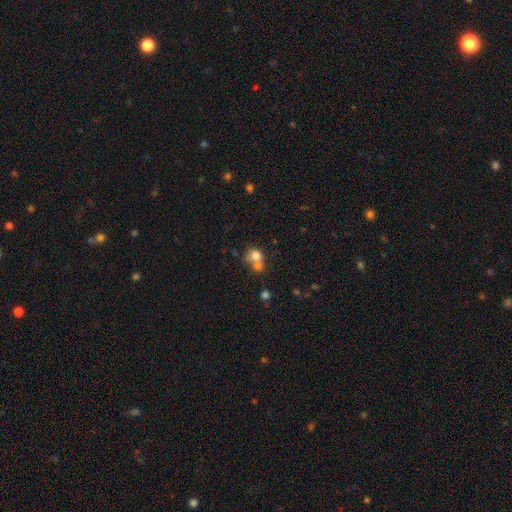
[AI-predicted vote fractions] smooth-or-featured: smooth: 74% | featured or disk: 15% | star or artifact: 12%
  how-rounded: round: 74% | in between: 25% | cigar-shaped: 1%
  merging: merger: 55% | none: 33% | minor disturbance: 8% | major disturbance: 4%